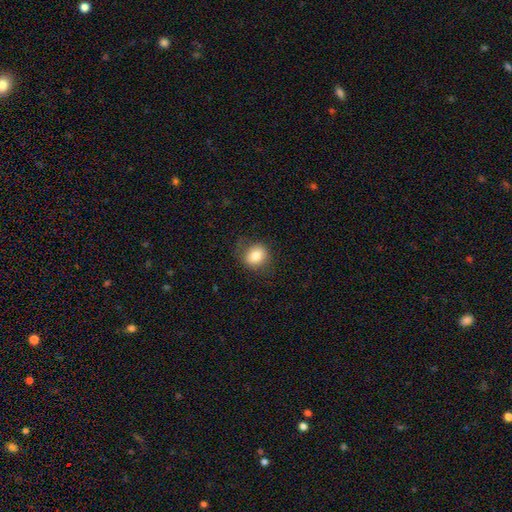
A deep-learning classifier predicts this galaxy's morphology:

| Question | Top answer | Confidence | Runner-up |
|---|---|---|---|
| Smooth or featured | smooth | 80% | featured or disk (11%) |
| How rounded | round | 70% | in between (29%) |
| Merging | none | 77% | minor disturbance (16%) |